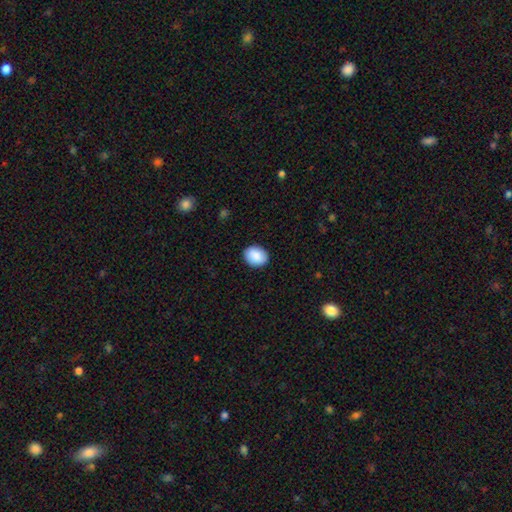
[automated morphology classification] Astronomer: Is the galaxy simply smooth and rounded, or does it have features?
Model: smooth — 89%.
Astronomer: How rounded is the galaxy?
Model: in between — 56% (runner-up: round, 44%).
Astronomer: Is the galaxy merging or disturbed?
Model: none — 89%.